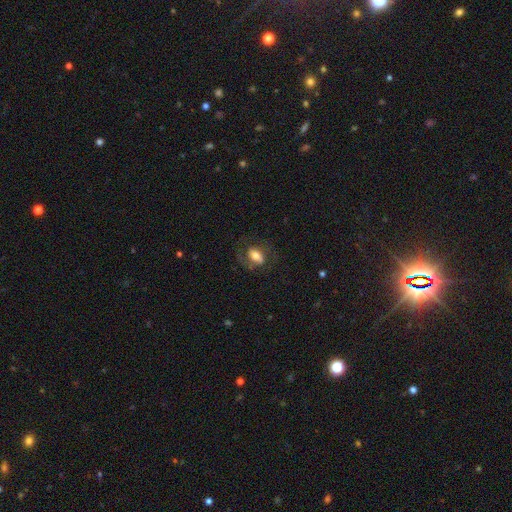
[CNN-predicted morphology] Overall: smooth (54%; featured or disk 38%). How rounded: in between (81%). Merging: none (62%).